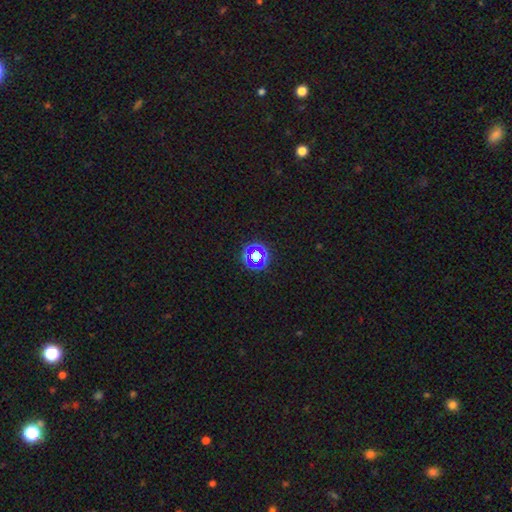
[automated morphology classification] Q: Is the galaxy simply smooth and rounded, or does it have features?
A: star or artifact — 60%.